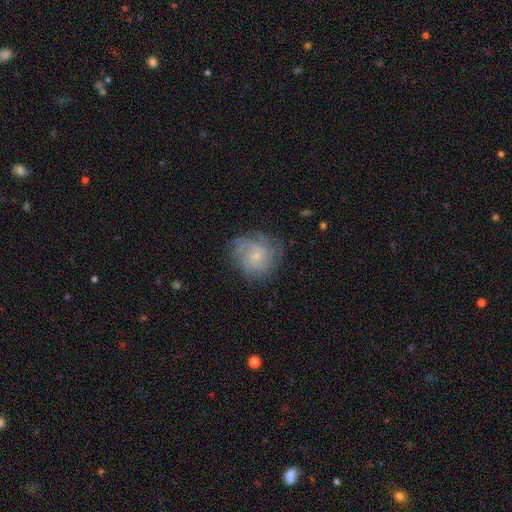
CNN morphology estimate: featured or disk 71%, smooth 20%, star or artifact 9%. Down the decision tree: edge-on disk — no (98%); bar — no (73%); spiral arms — yes (94%); spiral arm count — can't tell (35%); spiral winding — tight (58%); bulge size — small (76%); merging — none (74%).